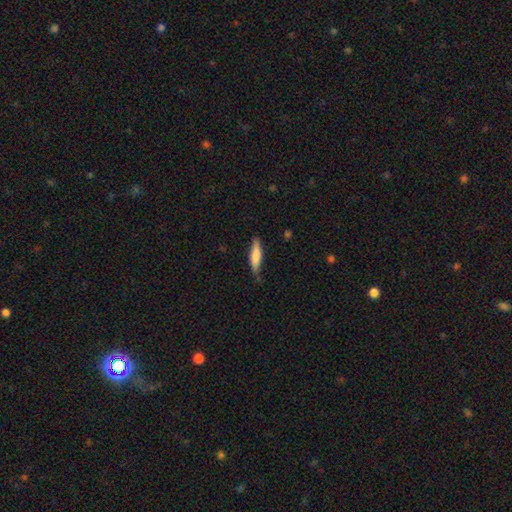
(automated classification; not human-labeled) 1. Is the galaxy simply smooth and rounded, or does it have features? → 74% smooth, 20% featured or disk, 6% star or artifact.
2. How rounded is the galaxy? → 72% cigar-shaped, 27% in between, 2% round.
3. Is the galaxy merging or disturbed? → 73% none, 22% minor disturbance, 4% major disturbance, 2% merger.